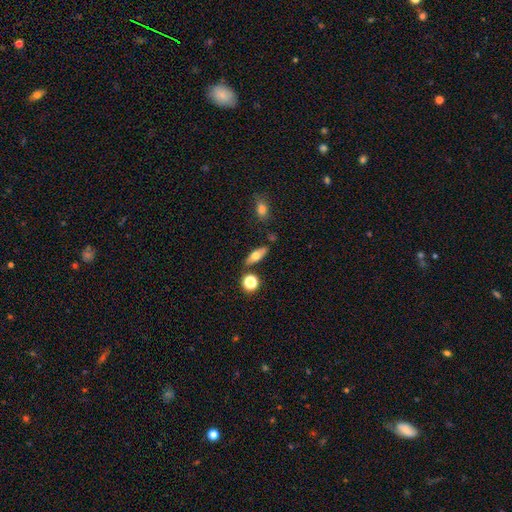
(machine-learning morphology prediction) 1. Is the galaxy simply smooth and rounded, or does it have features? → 56% smooth, 36% featured or disk, 9% star or artifact.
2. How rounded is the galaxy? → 63% in between, 29% cigar-shaped, 7% round.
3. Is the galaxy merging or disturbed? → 78% none, 12% minor disturbance, 7% merger, 3% major disturbance.